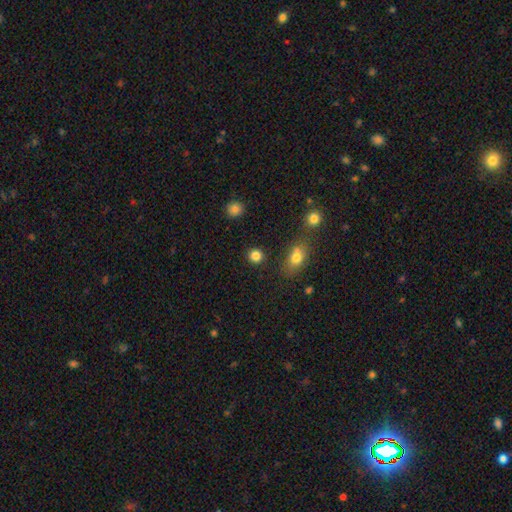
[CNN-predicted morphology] Smooth or featured? Predicted: smooth (p=0.85). How rounded? Predicted: round (p=0.86). Merging? Predicted: none (p=0.87).